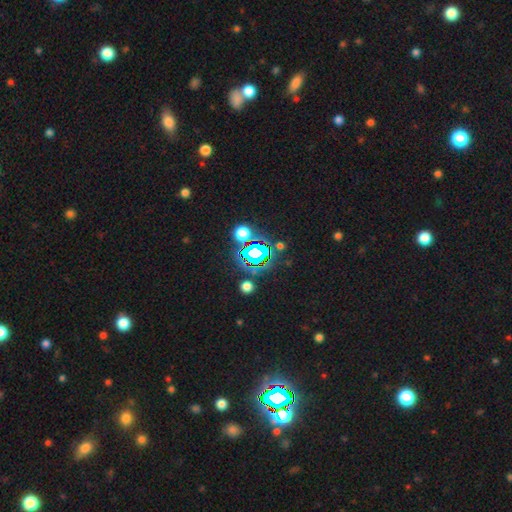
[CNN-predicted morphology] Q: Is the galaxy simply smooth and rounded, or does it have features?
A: star or artifact — 80%.